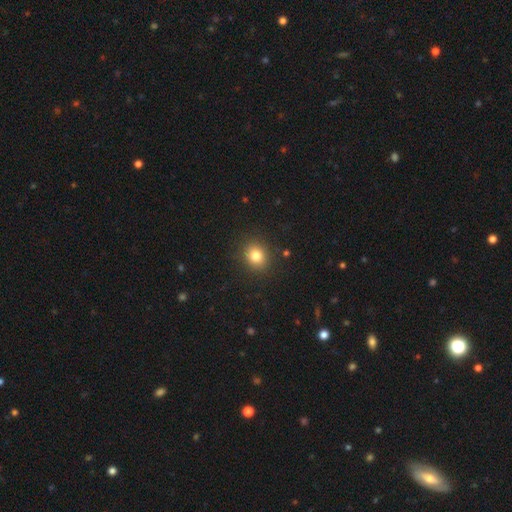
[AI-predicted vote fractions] Q: Smooth or featured?
A: smooth (81%); runner-up: star or artifact (12%)
Q: How rounded?
A: round (75%); runner-up: in between (24%)
Q: Merging?
A: none (89%); runner-up: minor disturbance (7%)